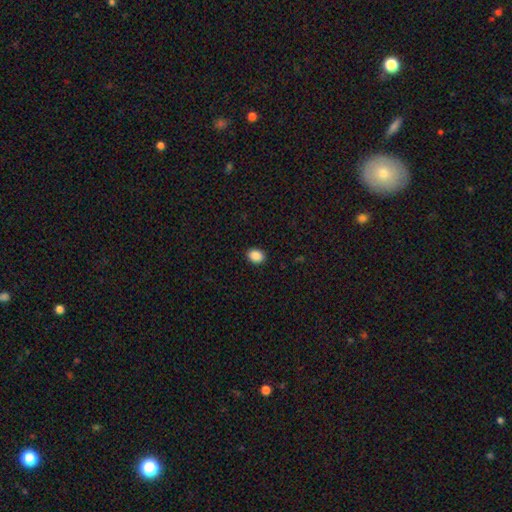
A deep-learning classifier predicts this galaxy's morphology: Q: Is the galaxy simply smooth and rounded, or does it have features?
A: smooth — 89%.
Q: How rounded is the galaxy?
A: in between — 58%.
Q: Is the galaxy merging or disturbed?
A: none — 91%.